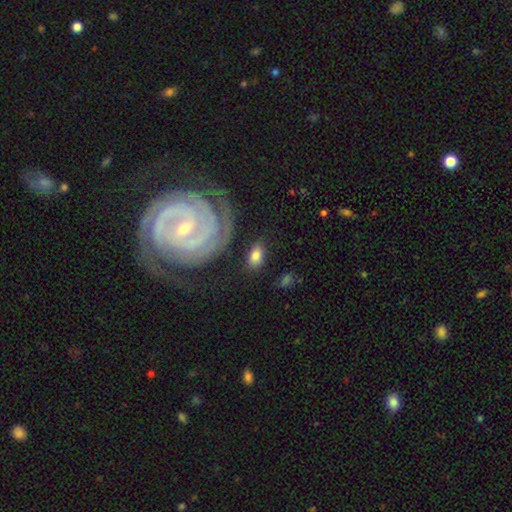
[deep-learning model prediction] Smooth or featured? Predicted: smooth (p=0.78). How rounded? Predicted: in between (p=0.89). Merging? Predicted: none (p=0.72).